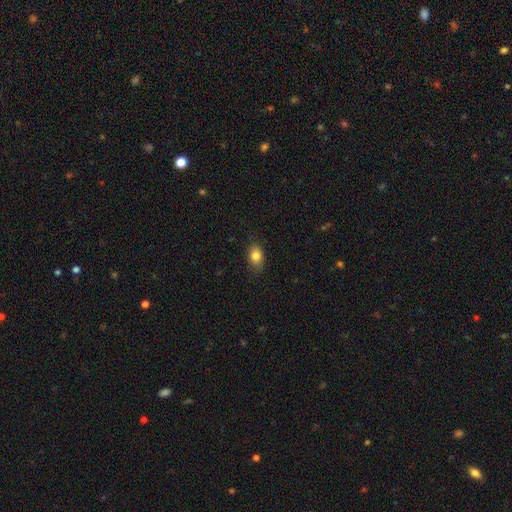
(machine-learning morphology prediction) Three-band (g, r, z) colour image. It shows a smooth galaxy with no disk features (83%) that is in between round and cigar-shaped (79%). Merging: none (82%).